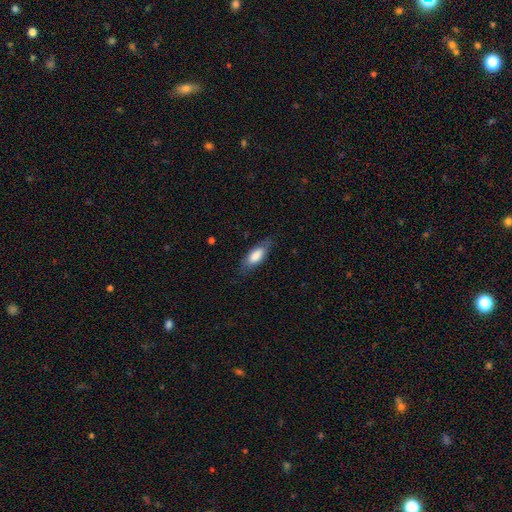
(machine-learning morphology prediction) Smooth or featured? smooth (77%)
How rounded? in between (75%)
Merging? none (78%)